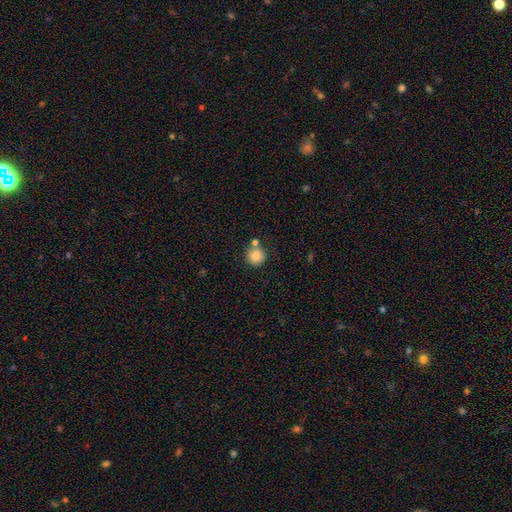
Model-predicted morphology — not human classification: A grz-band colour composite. It shows a smooth galaxy with no disk features (84%) that is round (93%). Merging: none (68%).